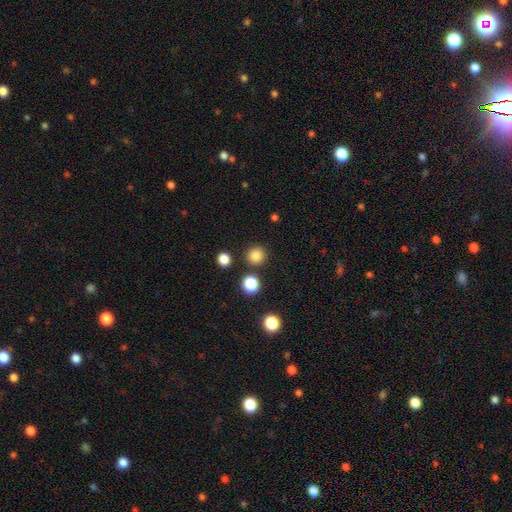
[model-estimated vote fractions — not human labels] The model was most divided on "smooth or featured": smooth: 84%, star or artifact: 13%, featured or disk: 4%. More confident: how rounded — round (93%); merging — none (87%).